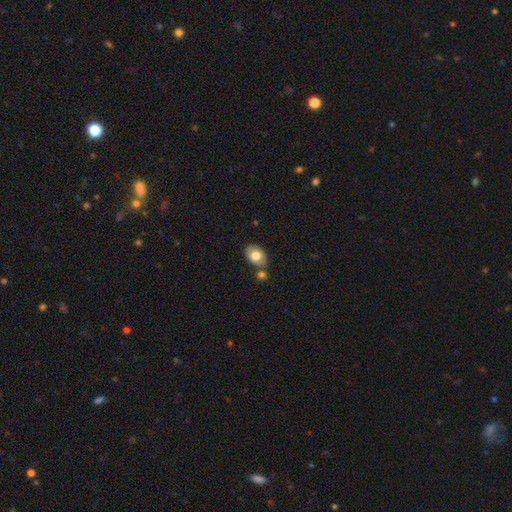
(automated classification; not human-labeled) The model was most divided on "merging": none: 65%, merger: 17%, minor disturbance: 14%, major disturbance: 3%. More confident: how rounded — in between (81%); smooth or featured — smooth (74%).